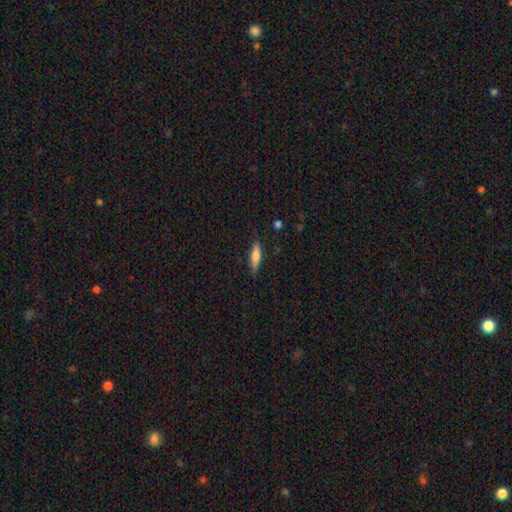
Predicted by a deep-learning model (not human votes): Smooth or featured?
  - smooth: 62% *
  - featured or disk: 31%
  - star or artifact: 6%
How rounded?
  - cigar-shaped: 73% *
  - in between: 25%
  - round: 2%
Merging?
  - none: 84% *
  - minor disturbance: 12%
  - major disturbance: 2%
  - merger: 1%